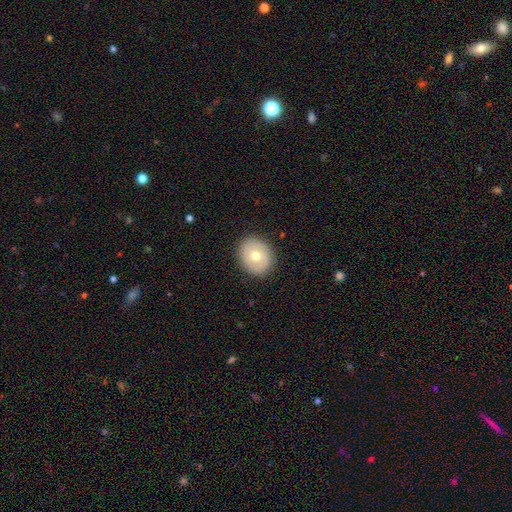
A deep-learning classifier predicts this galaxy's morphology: Q: Smooth or featured?
A: smooth (61%); runner-up: featured or disk (31%)
Q: How rounded?
A: round (63%); runner-up: in between (36%)
Q: Merging?
A: none (87%); runner-up: minor disturbance (9%)